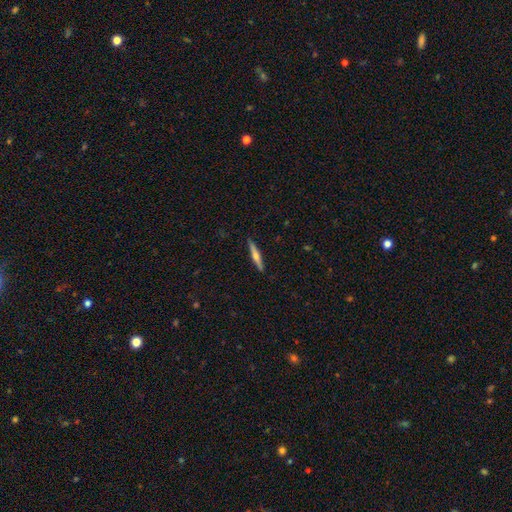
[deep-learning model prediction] Smooth or featured: featured or disk — 55% (smooth — 40%)
Edge-on disk: yes — 97% (no — 3%)
Edge-on bulge: rounded — 84% (none — 10%)
Merging: none — 91% (minor disturbance — 6%)